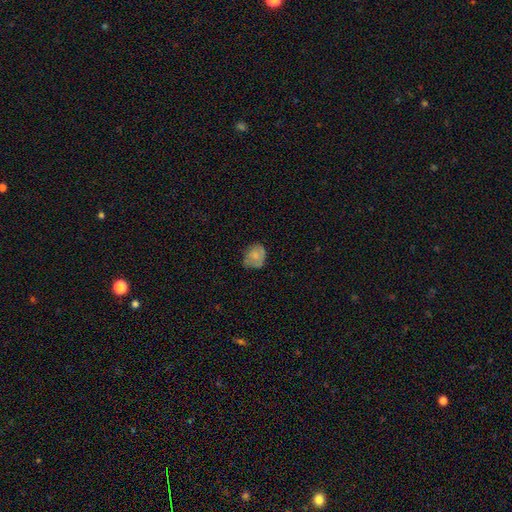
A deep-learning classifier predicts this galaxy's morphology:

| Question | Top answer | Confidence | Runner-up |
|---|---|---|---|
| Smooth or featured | smooth | 72% | featured or disk (19%) |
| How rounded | round | 58% | in between (41%) |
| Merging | none | 56% | minor disturbance (32%) |